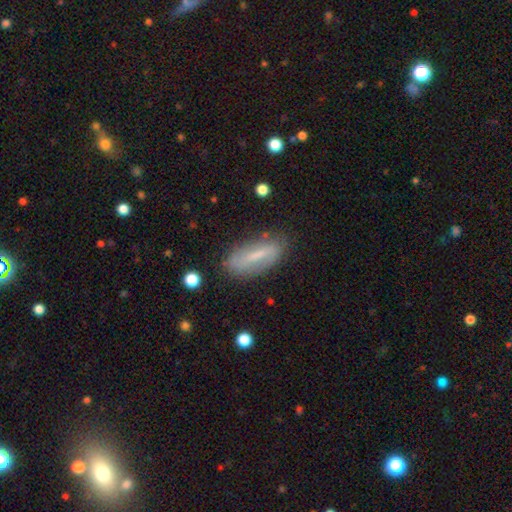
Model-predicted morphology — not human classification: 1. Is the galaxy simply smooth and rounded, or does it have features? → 48% smooth, 44% featured or disk, 8% star or artifact.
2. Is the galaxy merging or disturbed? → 79% none, 15% minor disturbance, 4% major disturbance, 2% merger.